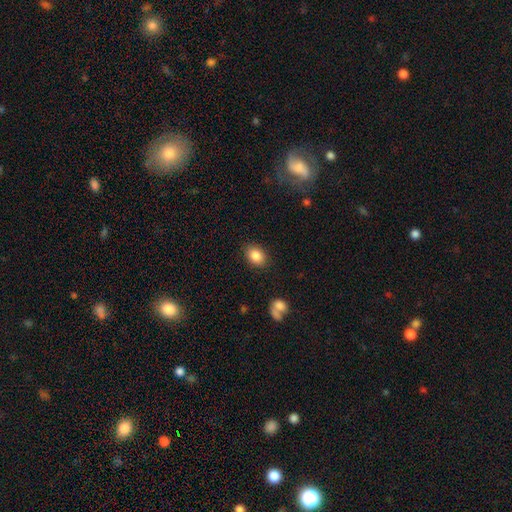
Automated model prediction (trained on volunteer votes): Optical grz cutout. It shows a smooth galaxy with no disk features (86%) that is in between round and cigar-shaped (70%). Merging: none (87%).